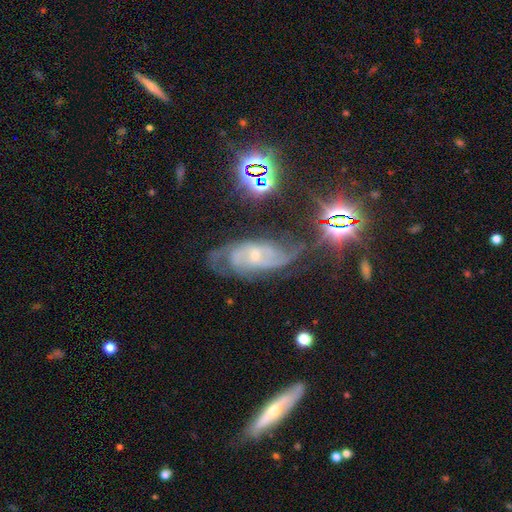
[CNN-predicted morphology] The model was most divided on "spiral winding": tight: 45%, medium: 42%, loose: 12%. Remaining: spiral arms — yes (96%); edge-on disk — no (94%); smooth or featured — featured or disk (76%); bulge size — small (70%); merging — none (63%); bar — no (54%); spiral arm count — 2 (37%).